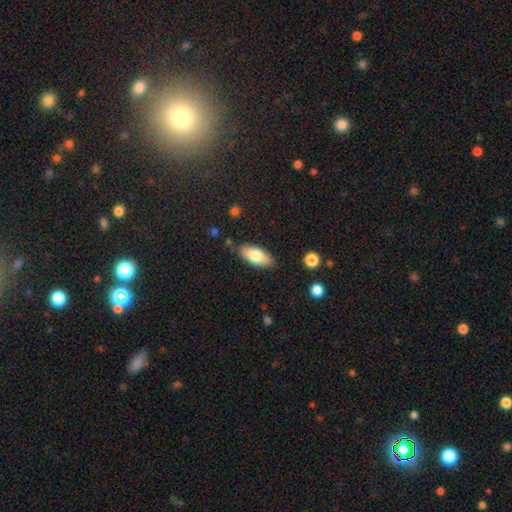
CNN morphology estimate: Smooth or featured?
  - smooth: 76% *
  - featured or disk: 17%
  - star or artifact: 6%
How rounded?
  - in between: 85% *
  - cigar-shaped: 13%
  - round: 2%
Merging?
  - none: 83% *
  - minor disturbance: 12%
  - major disturbance: 2%
  - merger: 2%